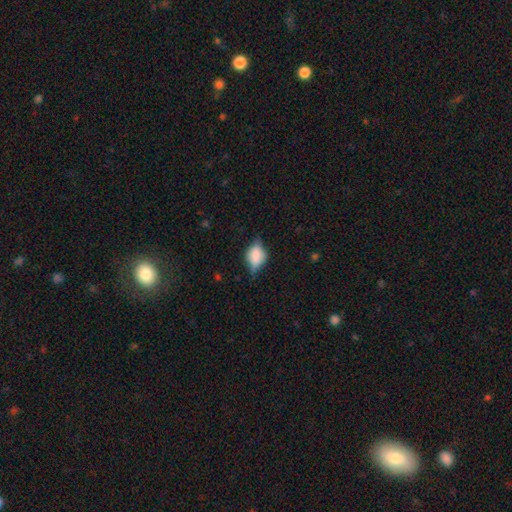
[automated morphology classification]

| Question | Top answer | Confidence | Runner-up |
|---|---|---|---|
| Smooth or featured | smooth | 59% | featured or disk (31%) |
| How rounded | in between | 70% | round (26%) |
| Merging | none | 55% | minor disturbance (32%) |